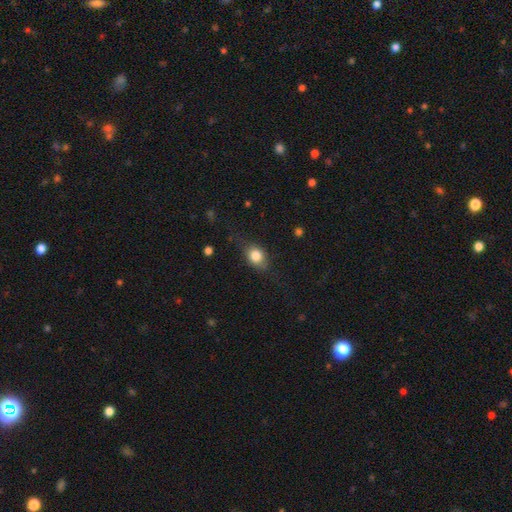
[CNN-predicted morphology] This is likely a smooth galaxy (79%). How rounded: possibly in between (60%). Merging: likely none (69%).